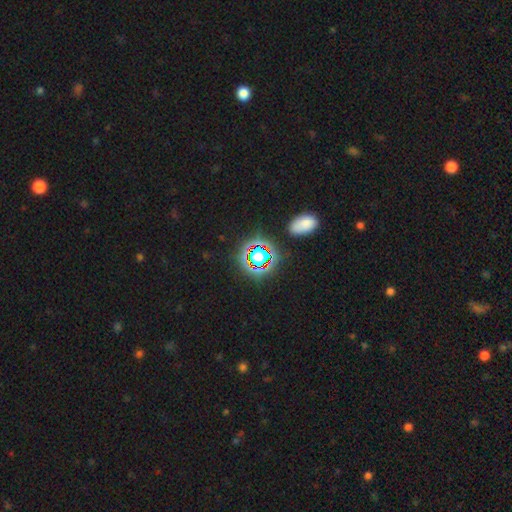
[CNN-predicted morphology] The model was most divided on "smooth or featured": star or artifact: 65%, smooth: 24%, featured or disk: 12%.